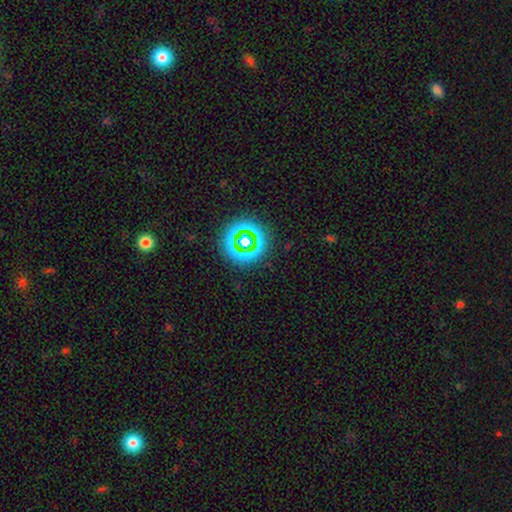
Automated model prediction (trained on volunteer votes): Q: Smooth or featured?
A: star or artifact (39%); runner-up: featured or disk (33%)